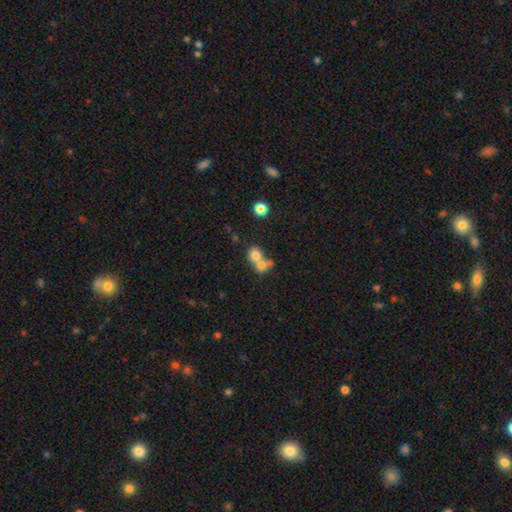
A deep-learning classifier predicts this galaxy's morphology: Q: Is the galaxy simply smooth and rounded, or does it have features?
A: smooth — 75%.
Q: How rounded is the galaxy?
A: round — 69%.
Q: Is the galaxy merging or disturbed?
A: merger — 63%.